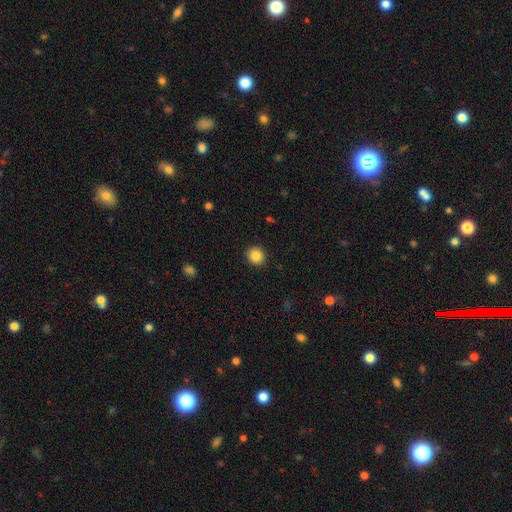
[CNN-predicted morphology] Overall: smooth (86%). How rounded: round (84%). Merging: none (91%).